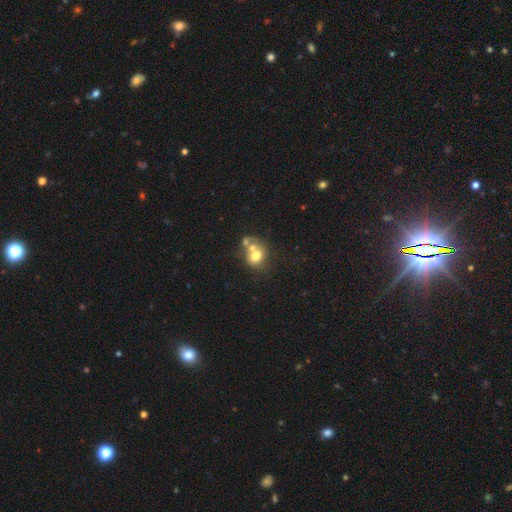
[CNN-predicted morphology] smooth-or-featured: smooth: 66% | featured or disk: 23% | star or artifact: 12%
  how-rounded: round: 61% | in between: 39% | cigar-shaped: 1%
  merging: merger: 53% | none: 30% | minor disturbance: 10% | major disturbance: 7%